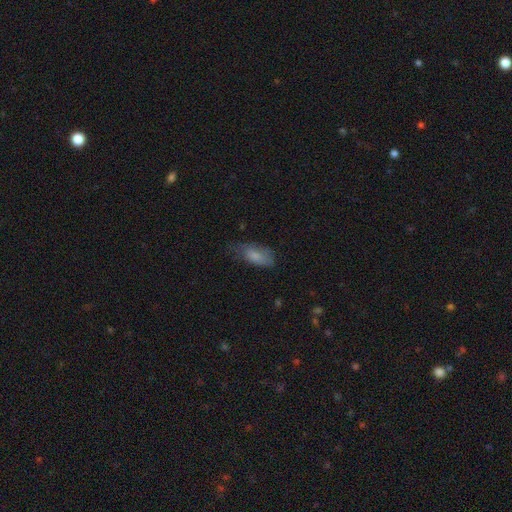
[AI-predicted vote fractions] Overall: smooth (78%). How rounded: in between (86%). Merging: none (48%; minor disturbance 35%).